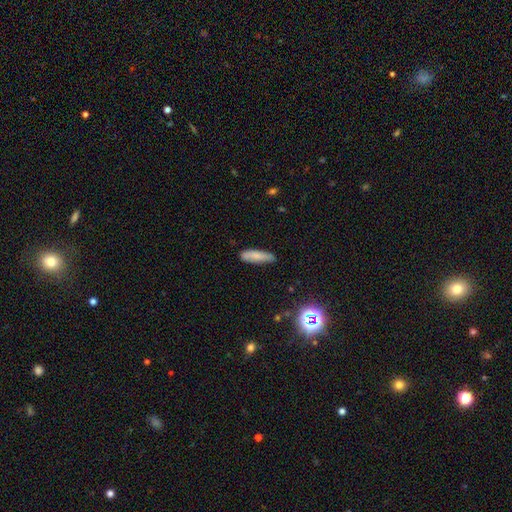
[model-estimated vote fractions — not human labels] Overall: smooth (77%). How rounded: cigar-shaped (60%; in between 38%). Merging: none (76%).